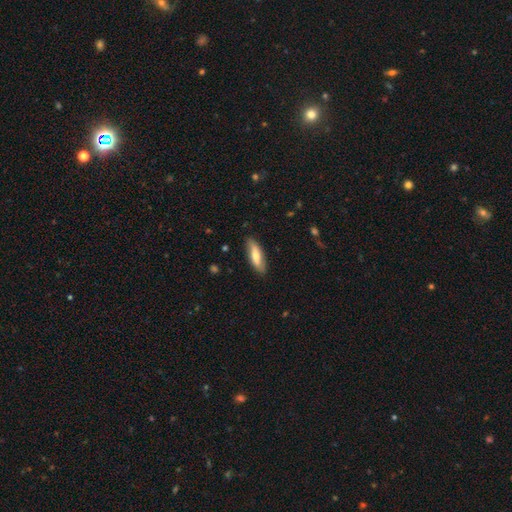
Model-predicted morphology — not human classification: This is likely a smooth galaxy (61%). How rounded: possibly in between (51%). Merging: clearly none (85%).